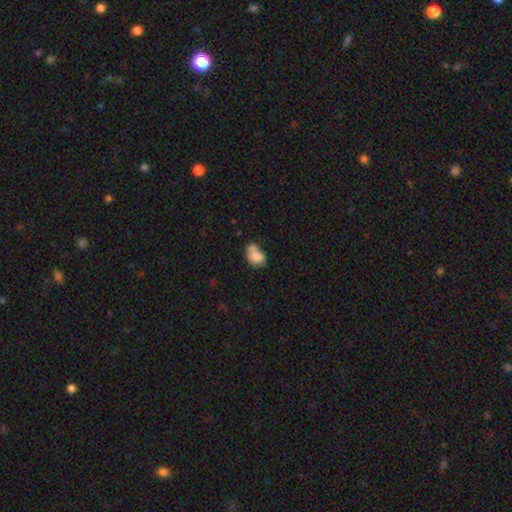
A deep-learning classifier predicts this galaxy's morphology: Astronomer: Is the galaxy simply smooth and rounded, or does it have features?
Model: smooth — 77%.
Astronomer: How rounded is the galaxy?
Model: in between — 61% (runner-up: round, 38%).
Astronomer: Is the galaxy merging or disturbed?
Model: merger — 37% (runner-up: none, 33%).